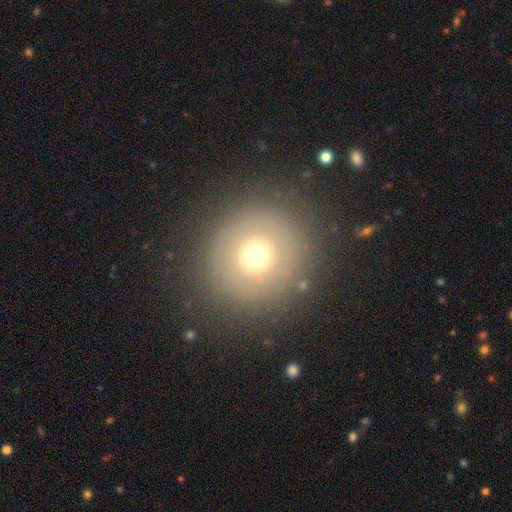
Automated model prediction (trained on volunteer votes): smooth-or-featured: smooth: 61% | featured or disk: 25% | star or artifact: 13%
  how-rounded: round: 92% | in between: 7% | cigar-shaped: 1%
  merging: none: 85% | minor disturbance: 9% | major disturbance: 5% | merger: 1%